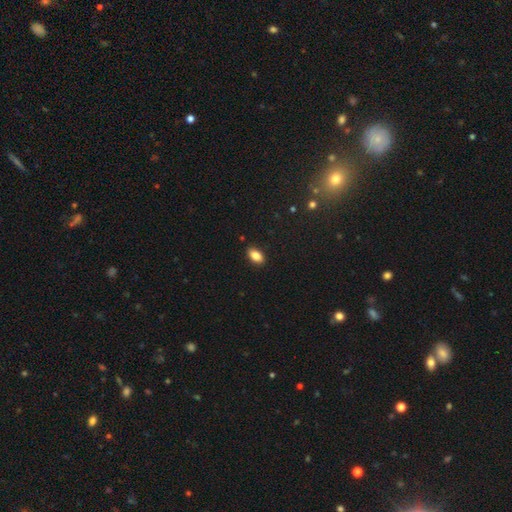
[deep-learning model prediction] Smooth or featured? smooth (84%)
How rounded? in between (91%)
Merging? none (88%)